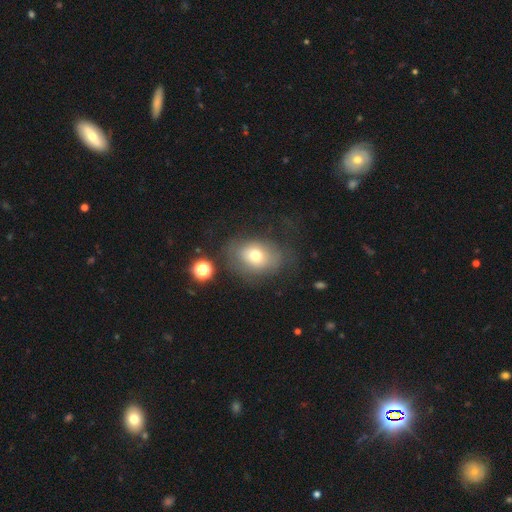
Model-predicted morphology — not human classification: Smooth or featured?
  - smooth: 68% *
  - featured or disk: 20%
  - star or artifact: 13%
How rounded?
  - in between: 57% *
  - round: 42%
  - cigar-shaped: 1%
Merging?
  - none: 56% *
  - minor disturbance: 22%
  - major disturbance: 18%
  - merger: 3%